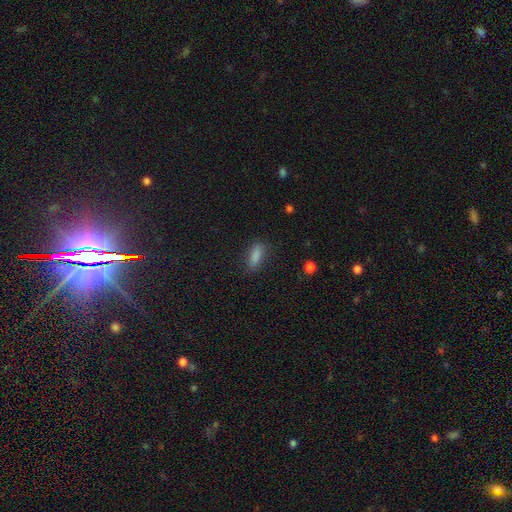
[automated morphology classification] Smooth or featured: smooth — 85% (star or artifact — 9%)
How rounded: in between — 67% (cigar-shaped — 30%)
Merging: none — 82% (minor disturbance — 13%)